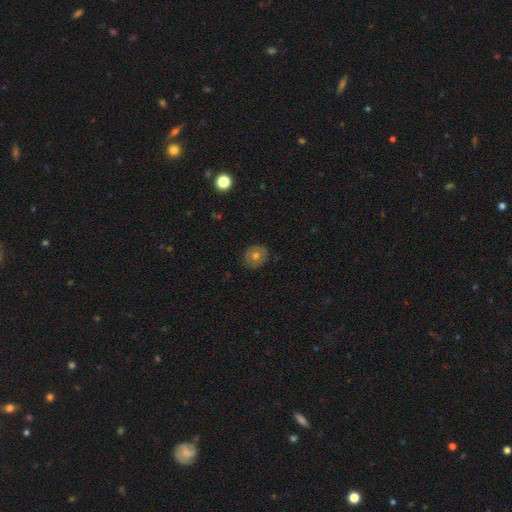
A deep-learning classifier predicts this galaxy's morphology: smooth-or-featured: smooth: 60% | featured or disk: 31% | star or artifact: 9%
  how-rounded: round: 74% | in between: 25% | cigar-shaped: 1%
  merging: none: 85% | minor disturbance: 12% | major disturbance: 3% | merger: 1%